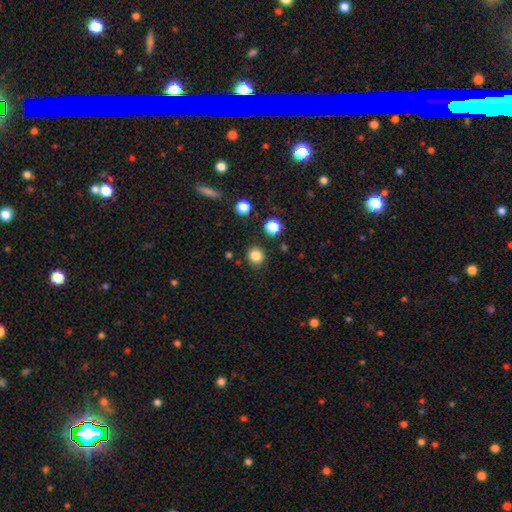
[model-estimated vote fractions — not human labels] Smooth or featured: smooth — 84% (star or artifact — 12%)
How rounded: round — 82% (in between — 17%)
Merging: none — 88% (minor disturbance — 7%)